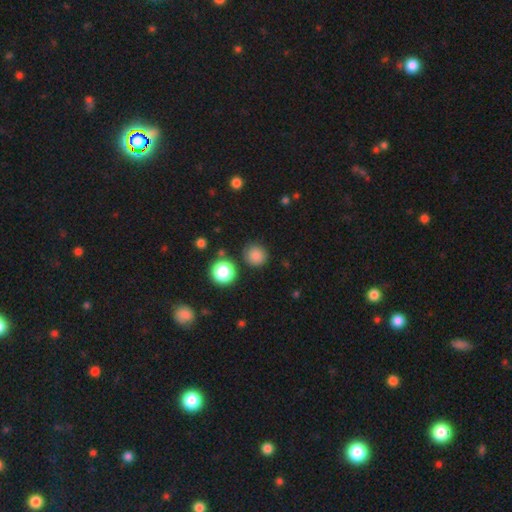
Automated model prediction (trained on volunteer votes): This is clearly a smooth galaxy (83%). How rounded: clearly round (91%). Merging: clearly none (84%).